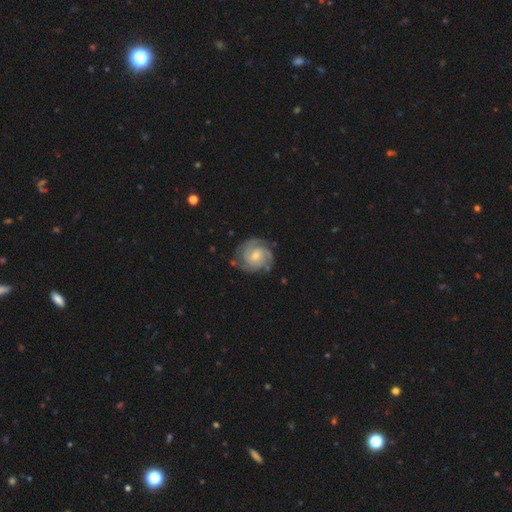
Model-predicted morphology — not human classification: Overall: featured or disk (83%). Edge-on disk: no (98%). Bar: no (54%; weak 40%). Spiral arms: yes (96%). Spiral arm count: 3 (34%; 2 27%). Spiral winding: tight (60%; medium 33%). Bulge size: small (52%; moderate 43%). Merging: none (74%).